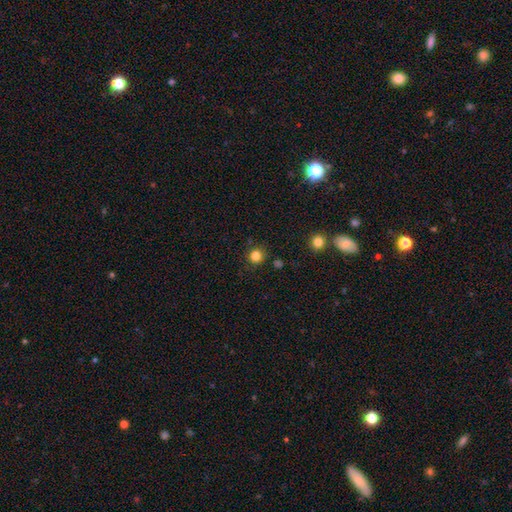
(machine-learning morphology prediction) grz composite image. It shows a smooth galaxy with no disk features (83%) that is round (90%). Merging: none (85%).